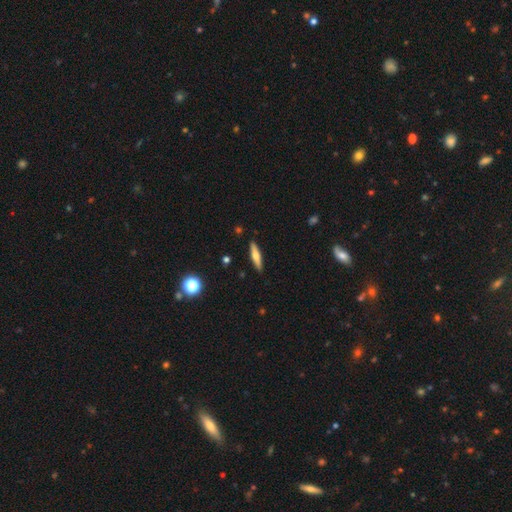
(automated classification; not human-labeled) Smooth or featured? Predicted: smooth (p=0.48). Merging? Predicted: none (p=0.91).